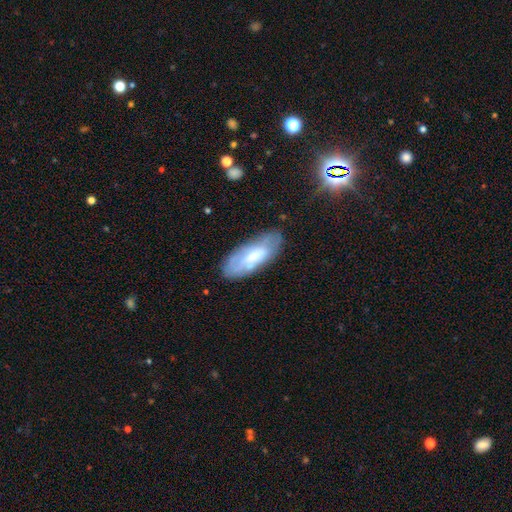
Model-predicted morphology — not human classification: Smooth or featured? Predicted: smooth (p=0.45, tied with featured or disk). Merging? Predicted: none (p=0.73).